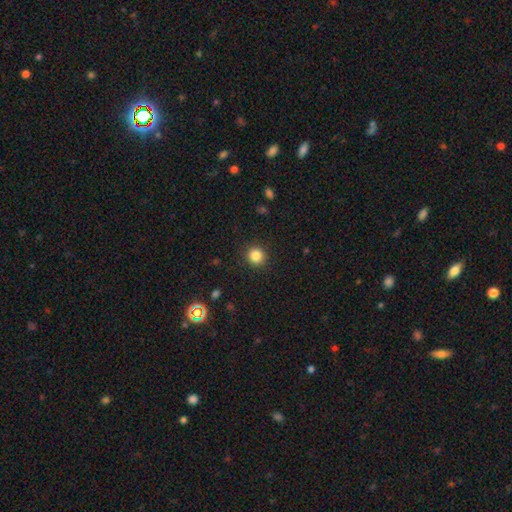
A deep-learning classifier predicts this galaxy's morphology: A smooth galaxy with no disk features (84%) that is round (93%). Merging: none (90%).